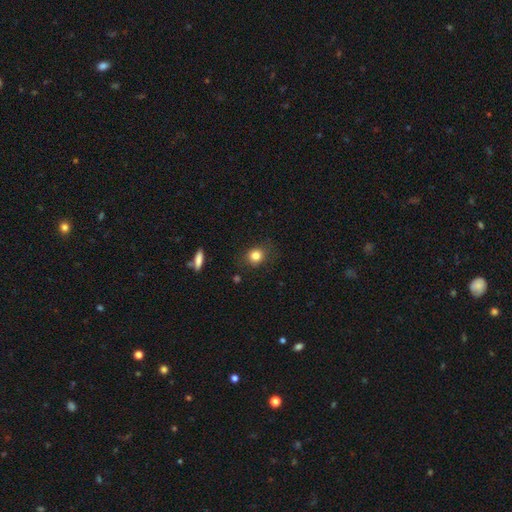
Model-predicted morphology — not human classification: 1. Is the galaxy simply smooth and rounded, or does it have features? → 82% smooth, 11% star or artifact, 7% featured or disk.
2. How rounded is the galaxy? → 73% round, 25% in between, 1% cigar-shaped.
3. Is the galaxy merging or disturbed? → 81% none, 14% minor disturbance, 4% major disturbance, 1% merger.